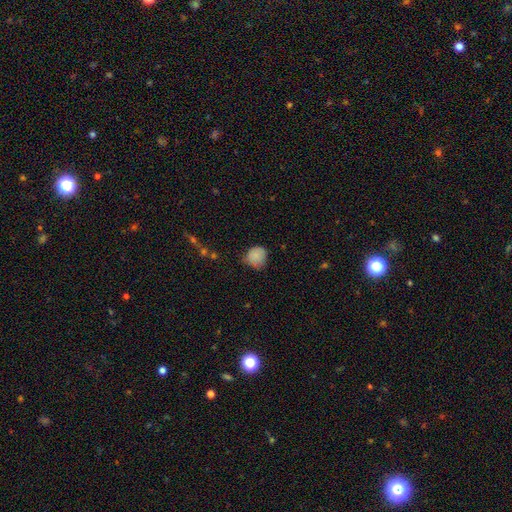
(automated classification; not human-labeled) A smooth galaxy with no disk features (84%) that is round (77%). Merging: none (57%).